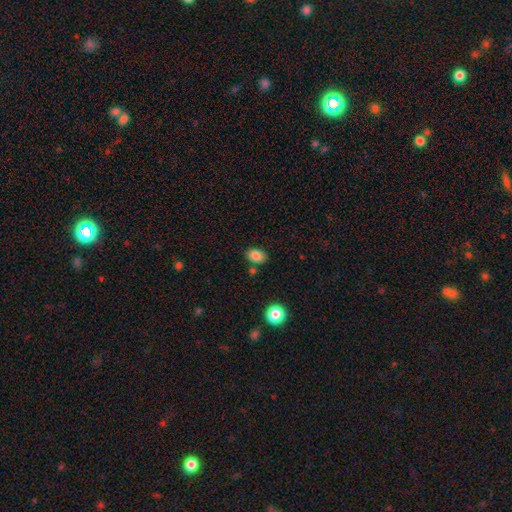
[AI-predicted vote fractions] smooth 84%, star or artifact 9%, featured or disk 6%. Down the decision tree: how rounded — in between (78%); merging — none (79%).